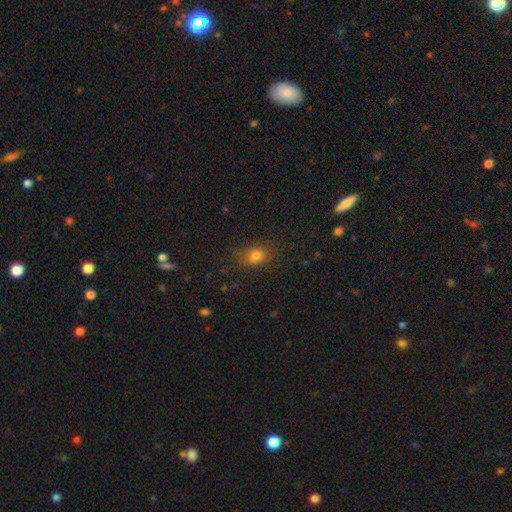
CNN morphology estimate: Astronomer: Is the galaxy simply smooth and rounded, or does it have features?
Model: smooth — 75%.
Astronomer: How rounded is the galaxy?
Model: in between — 68%.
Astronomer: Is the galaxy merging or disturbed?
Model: none — 78%.